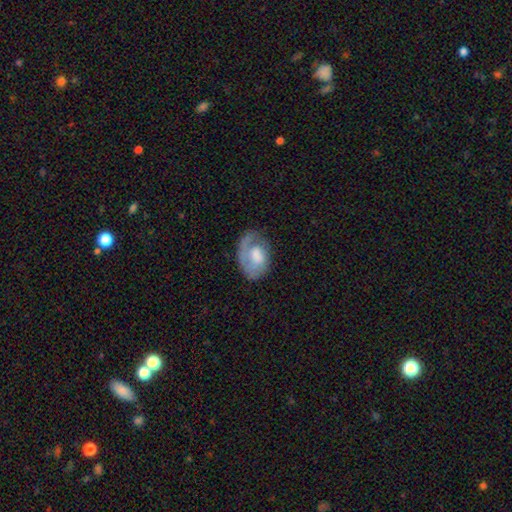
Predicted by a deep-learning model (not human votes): A featured or disk galaxy (48%). Merging: none (53%).